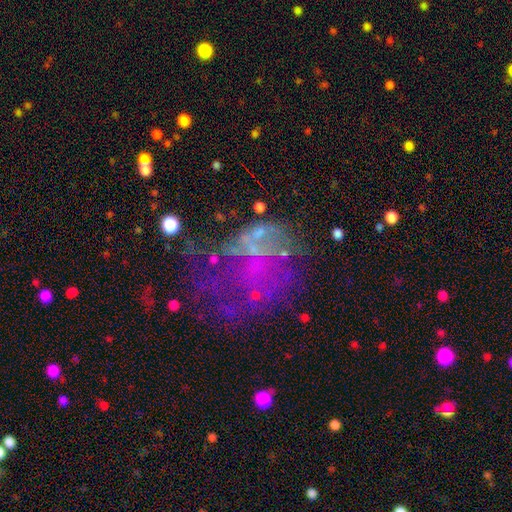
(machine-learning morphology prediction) This appears to be a featured or disk galaxy (55%) with no bar (92%), no spiral arms (91%) and no central bulge (79%). Merging: major disturbance (39%).